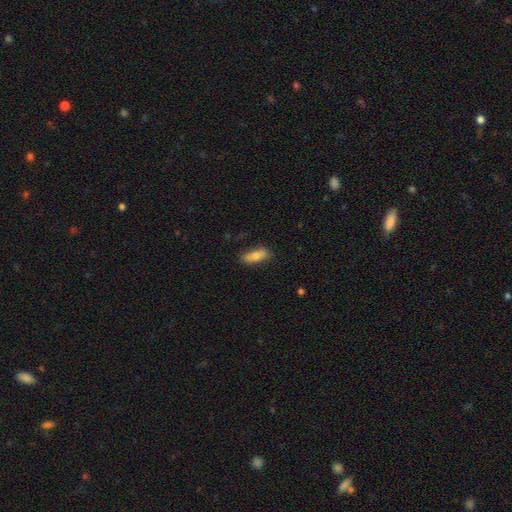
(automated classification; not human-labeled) smooth-or-featured: smooth: 75% | featured or disk: 19% | star or artifact: 7%
  how-rounded: in between: 67% | cigar-shaped: 30% | round: 3%
  merging: none: 79% | minor disturbance: 16% | major disturbance: 3% | merger: 2%